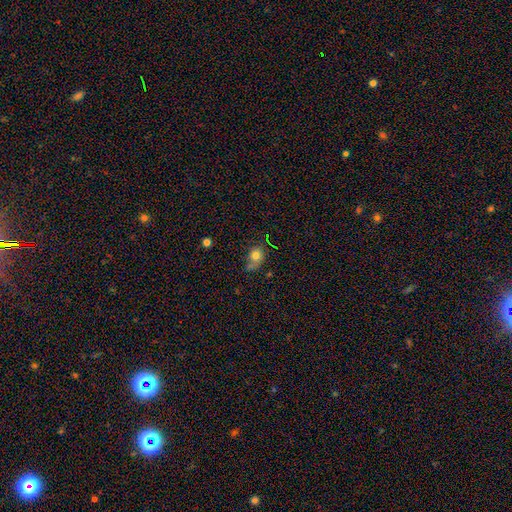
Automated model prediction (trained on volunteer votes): Smooth or featured?
  - smooth: 76% *
  - star or artifact: 12%
  - featured or disk: 12%
How rounded?
  - round: 62% *
  - in between: 36%
  - cigar-shaped: 2%
Merging?
  - none: 48% *
  - minor disturbance: 29%
  - major disturbance: 13%
  - merger: 10%